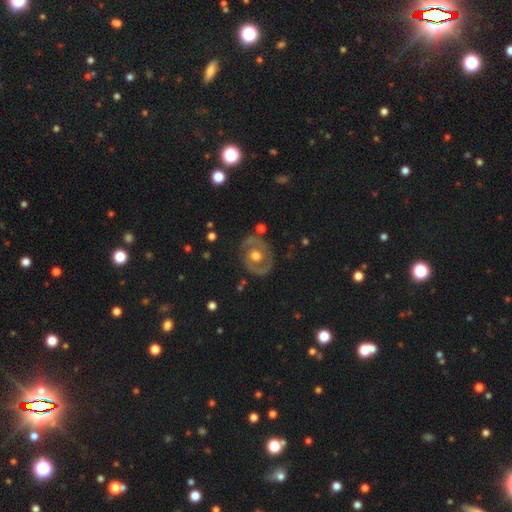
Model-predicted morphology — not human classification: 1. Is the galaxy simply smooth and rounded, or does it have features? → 69% featured or disk, 25% smooth, 6% star or artifact.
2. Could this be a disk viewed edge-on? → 97% no, 3% yes.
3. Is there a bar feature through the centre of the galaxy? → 77% no, 18% weak, 5% strong.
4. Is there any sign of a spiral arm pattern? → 57% yes, 43% no.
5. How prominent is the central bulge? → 70% moderate, 22% large, 6% small, 1% dominant, 1% none.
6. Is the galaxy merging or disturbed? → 77% none, 14% minor disturbance, 6% major disturbance, 2% merger.